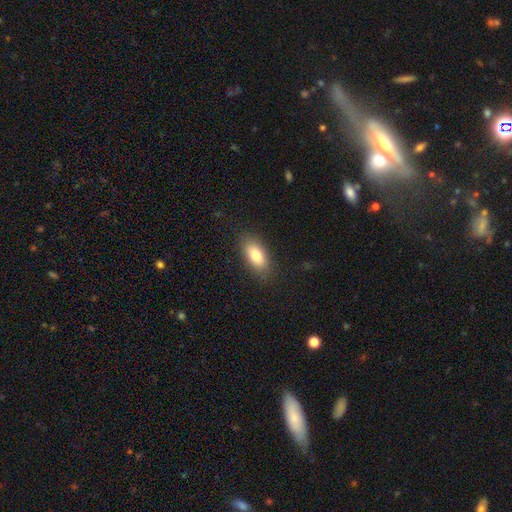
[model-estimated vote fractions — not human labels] Smooth or featured?
  - smooth: 82% *
  - featured or disk: 11%
  - star or artifact: 7%
How rounded?
  - in between: 87% *
  - cigar-shaped: 10%
  - round: 3%
Merging?
  - none: 86% *
  - minor disturbance: 10%
  - major disturbance: 3%
  - merger: 1%